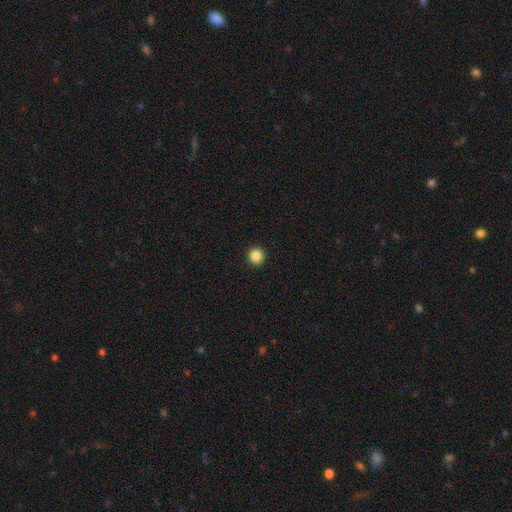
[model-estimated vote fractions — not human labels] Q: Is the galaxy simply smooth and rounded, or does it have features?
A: smooth — 86%.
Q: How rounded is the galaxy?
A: round — 93%.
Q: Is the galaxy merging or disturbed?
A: none — 93%.